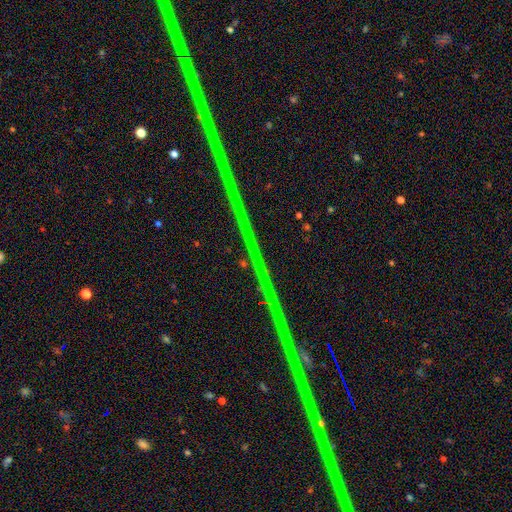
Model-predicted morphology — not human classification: smooth-or-featured: star or artifact: 90% | featured or disk: 6% | smooth: 4%